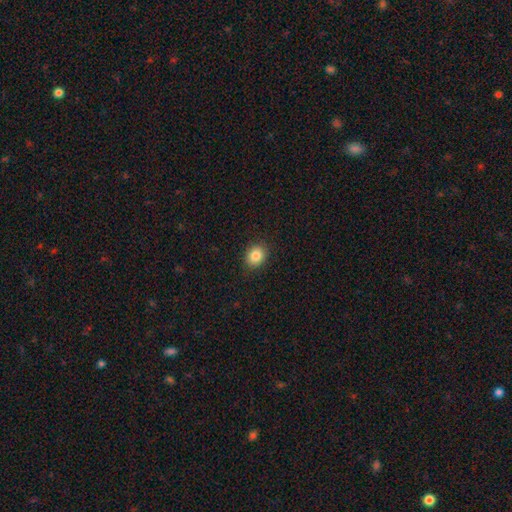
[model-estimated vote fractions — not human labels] smooth 85%, star or artifact 9%, featured or disk 5%. Down the decision tree: how rounded — round (54%); merging — none (88%).